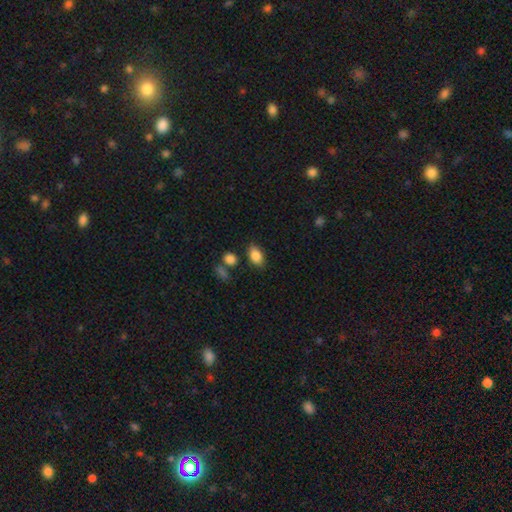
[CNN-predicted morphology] Q: Smooth or featured?
A: smooth (86%); runner-up: star or artifact (8%)
Q: How rounded?
A: in between (88%); runner-up: round (10%)
Q: Merging?
A: none (78%); runner-up: minor disturbance (13%)